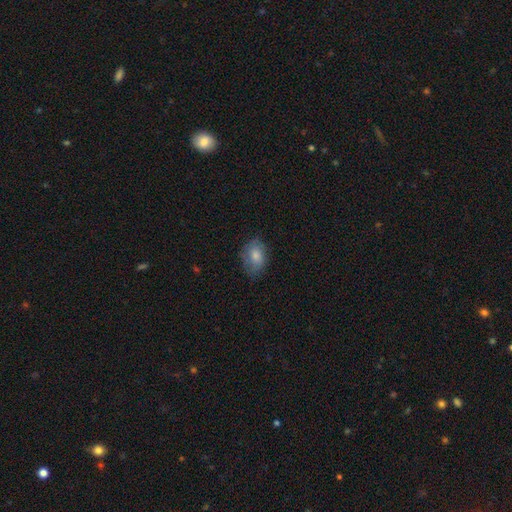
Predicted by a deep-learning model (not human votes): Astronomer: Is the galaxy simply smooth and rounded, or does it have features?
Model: smooth — 77%.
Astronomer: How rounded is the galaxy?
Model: in between — 75%.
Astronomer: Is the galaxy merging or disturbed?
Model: none — 70%.